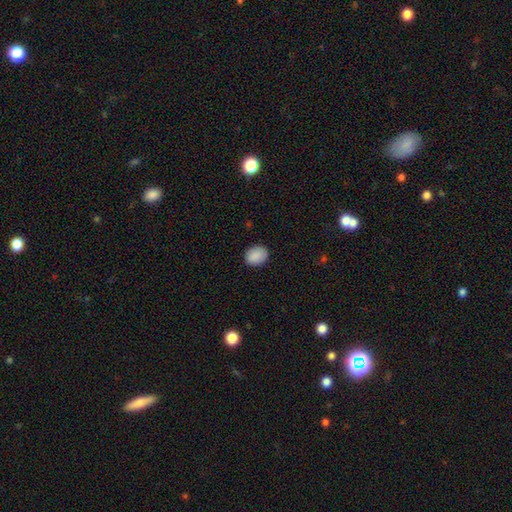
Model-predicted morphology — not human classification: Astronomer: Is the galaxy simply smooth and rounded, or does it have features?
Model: smooth — 89%.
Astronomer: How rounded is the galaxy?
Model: in between — 63%.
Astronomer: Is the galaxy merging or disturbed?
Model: none — 86%.